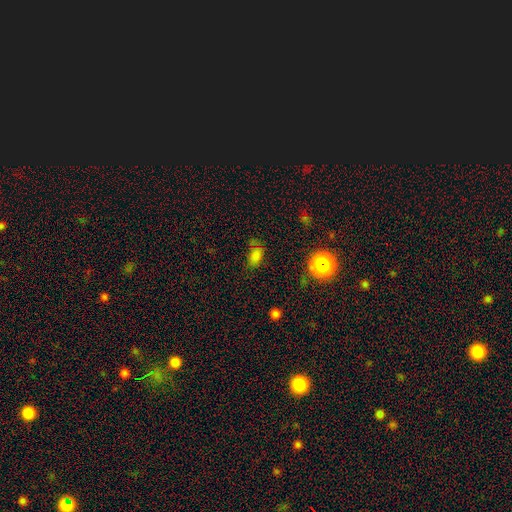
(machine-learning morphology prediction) Smooth or featured? smooth (74%)
How rounded? in between (86%)
Merging? none (67%)